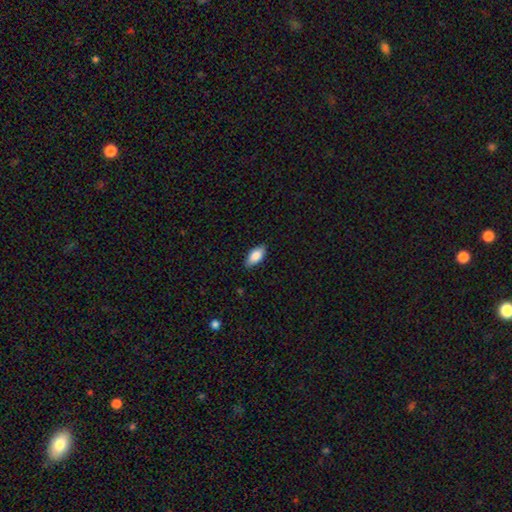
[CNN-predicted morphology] Smooth or featured?
  - smooth: 80% *
  - featured or disk: 14%
  - star or artifact: 7%
How rounded?
  - in between: 86% *
  - cigar-shaped: 11%
  - round: 3%
Merging?
  - none: 86% *
  - minor disturbance: 11%
  - major disturbance: 2%
  - merger: 1%